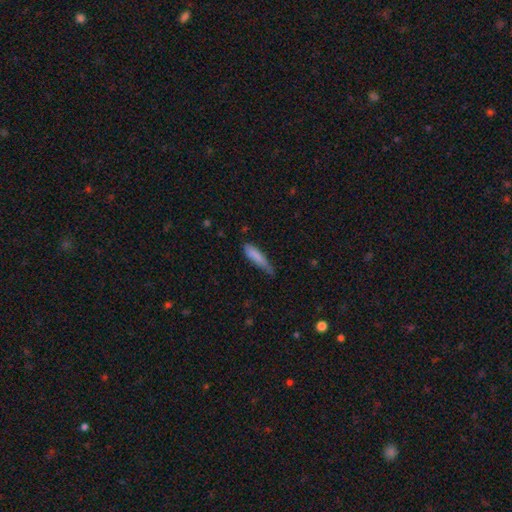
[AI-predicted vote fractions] The model was most divided on "merging" (2-way tie): none: 43%, minor disturbance: 43%, major disturbance: 11%, merger: 3%. More confident: smooth or featured — smooth (82%); how rounded — cigar-shaped (75%).